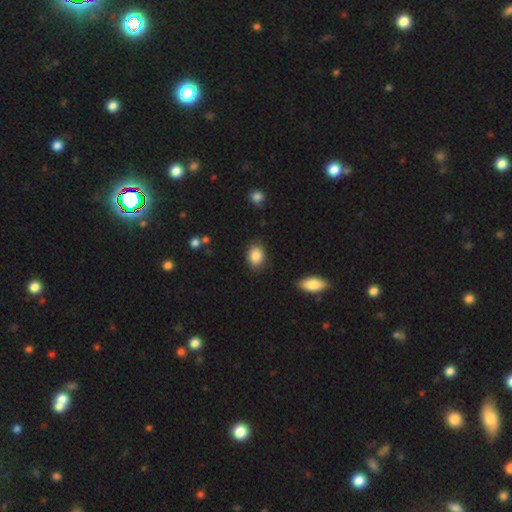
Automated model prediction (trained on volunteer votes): smooth-or-featured: smooth: 87% | star or artifact: 8% | featured or disk: 5%
  how-rounded: in between: 73% | round: 26% | cigar-shaped: 1%
  merging: none: 85% | minor disturbance: 11% | major disturbance: 3% | merger: 2%